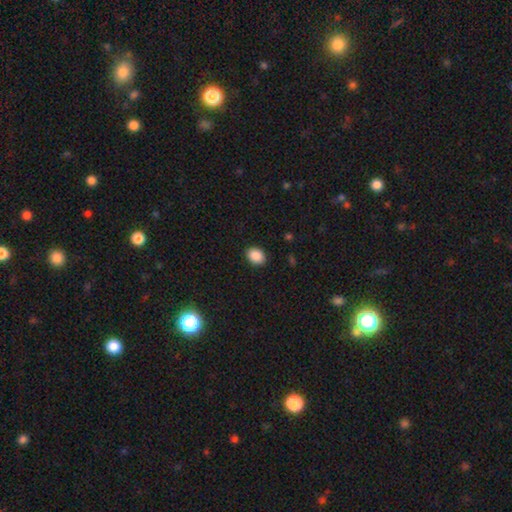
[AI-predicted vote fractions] smooth_or_featured: smooth (p=0.89) [alt: star or artifact p=0.08]
how_rounded: in between (p=0.65) [alt: round p=0.34]
merging: none (p=0.90) [alt: minor disturbance p=0.07]